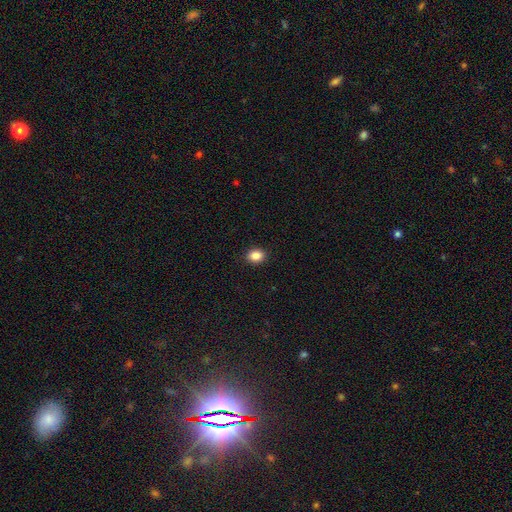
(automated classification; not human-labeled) This appears to be a smooth galaxy with no disk features (87%) that is in between round and cigar-shaped (51%). Merging: none (91%).